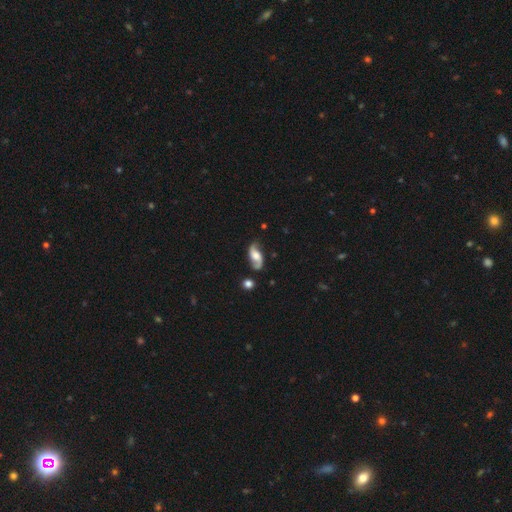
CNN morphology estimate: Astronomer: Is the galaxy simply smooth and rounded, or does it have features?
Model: featured or disk — 78%.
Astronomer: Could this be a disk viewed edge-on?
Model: no — 94%.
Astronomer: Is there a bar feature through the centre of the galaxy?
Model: no — 57% (runner-up: weak, 33%).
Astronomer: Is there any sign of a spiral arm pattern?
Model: yes — 95%.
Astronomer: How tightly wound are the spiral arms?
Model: loose — 58%.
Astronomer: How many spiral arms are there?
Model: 2 — 92%.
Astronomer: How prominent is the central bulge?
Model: moderate — 40% (runner-up: large, 35%).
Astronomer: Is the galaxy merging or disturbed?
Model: none — 73%.